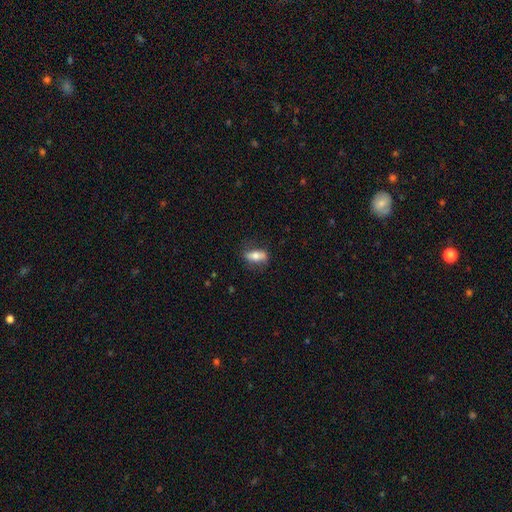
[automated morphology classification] This appears to be a smooth galaxy with no disk features (64%) that is in between round and cigar-shaped (74%). Merging: none (73%).